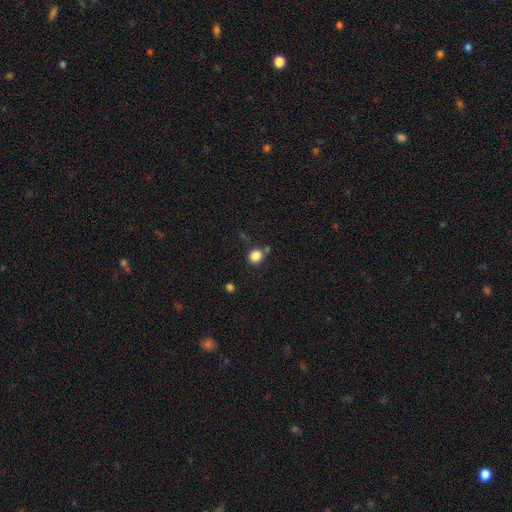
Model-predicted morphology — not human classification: A smooth galaxy with no disk features (85%) that is round (85%). Merging: none (72%).